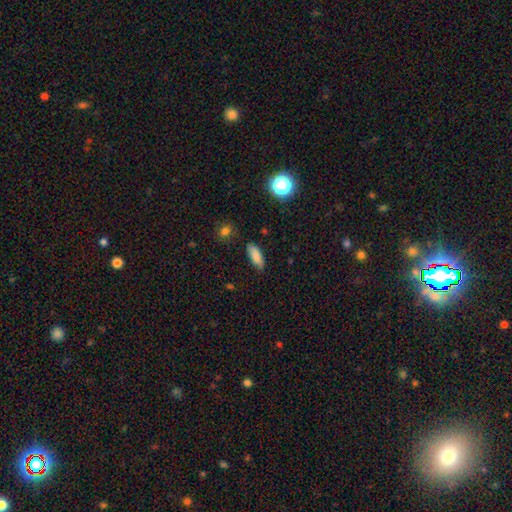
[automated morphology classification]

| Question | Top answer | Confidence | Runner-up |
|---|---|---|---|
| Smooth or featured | smooth | 85% | star or artifact (9%) |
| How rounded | in between | 71% | cigar-shaped (27%) |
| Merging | none | 81% | minor disturbance (14%) |